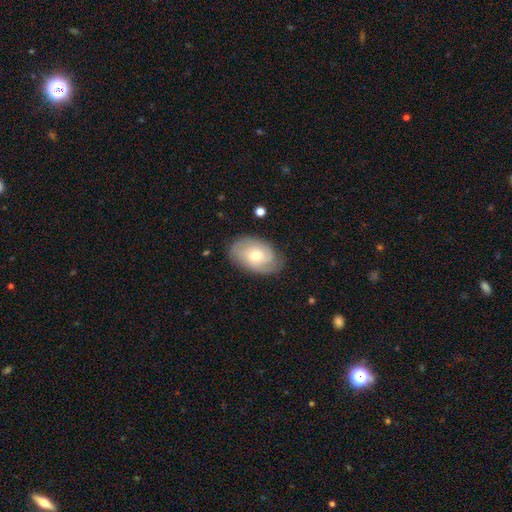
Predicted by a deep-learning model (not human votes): Smooth or featured? featured or disk (63%)
Edge-on disk? no (95%)
Bar? no (69%)
Spiral arms? yes (87%)
Spiral winding? tight (62%)
Spiral arm count? 2 (38%)
Bulge size? moderate (60%)
Merging? none (78%)